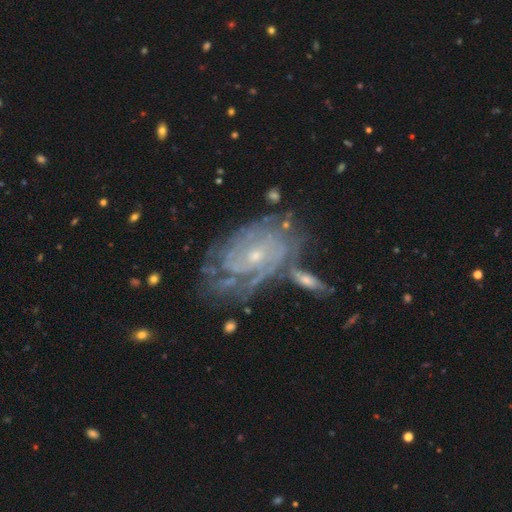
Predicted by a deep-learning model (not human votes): A featured or disk galaxy (86%) with no bar (68%), tight (75%) spiral arms (94%) and a small central bulge (73%).

Vote fractions:
- Smooth or featured? featured or disk: 86% / smooth: 8% / star or artifact: 7%
- Edge-on disk? no: 95% / yes: 5%
- Bar? no: 68% / weak: 26% / strong: 7%
- Spiral arms? yes: 94% / no: 6%
- Spiral winding? tight: 75% / medium: 20% / loose: 5%
- Spiral arm count? can't tell: 43% / 2: 17% / 3: 14% / 4: 12% / more than 4: 8% / 1: 6%
- Bulge size? small: 73% / moderate: 23% / none: 2% / large: 1% / dominant: 1%
- Merging? none: 54% / minor disturbance: 20% / merger: 15% / major disturbance: 11%